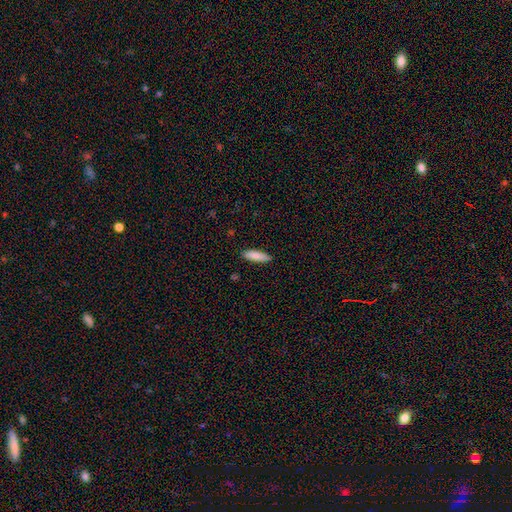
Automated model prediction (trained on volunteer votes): Q: Smooth or featured?
A: smooth (86%); runner-up: featured or disk (8%)
Q: How rounded?
A: cigar-shaped (58%); runner-up: in between (40%)
Q: Merging?
A: none (88%); runner-up: minor disturbance (9%)